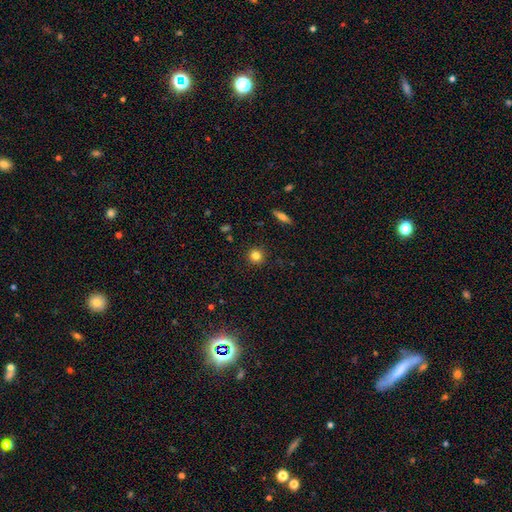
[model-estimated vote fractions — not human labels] smooth-or-featured: smooth: 81% | star or artifact: 12% | featured or disk: 7%
  how-rounded: round: 93% | in between: 6% | cigar-shaped: 1%
  merging: none: 92% | minor disturbance: 5% | major disturbance: 2% | merger: 1%